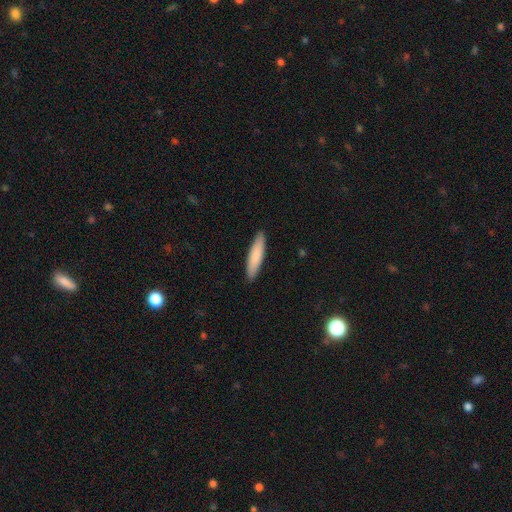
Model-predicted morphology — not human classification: A smooth galaxy with no disk features (85%) that is cigar-shaped (80%). Merging: none (90%).